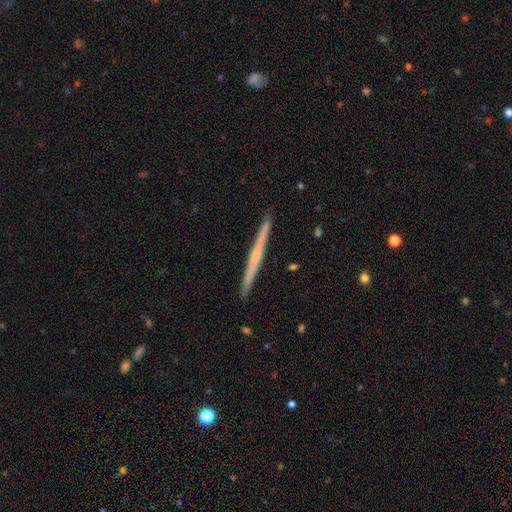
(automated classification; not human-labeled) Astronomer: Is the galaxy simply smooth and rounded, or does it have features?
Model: featured or disk — 65%.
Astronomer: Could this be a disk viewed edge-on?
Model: yes — 98%.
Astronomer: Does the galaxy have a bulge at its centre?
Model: none — 60%.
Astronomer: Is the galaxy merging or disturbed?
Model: none — 93%.